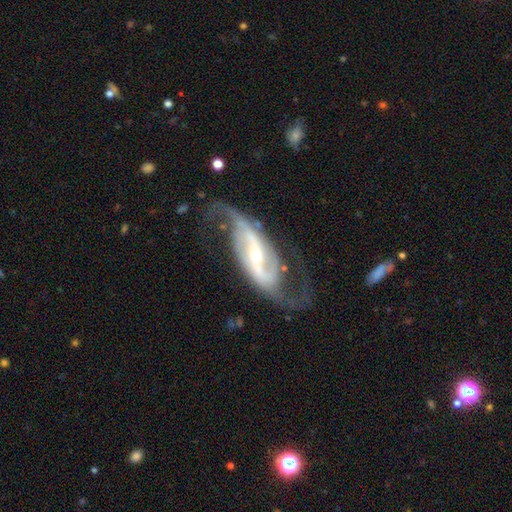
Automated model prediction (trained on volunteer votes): featured or disk 90%, smooth 5%, star or artifact 5%. Down the decision tree: edge-on disk — no (93%); bar — strong (57%); spiral arms — yes (95%); spiral arm count — 2 (90%); spiral winding — loose (60%); bulge size — small (63%); merging — none (62%).